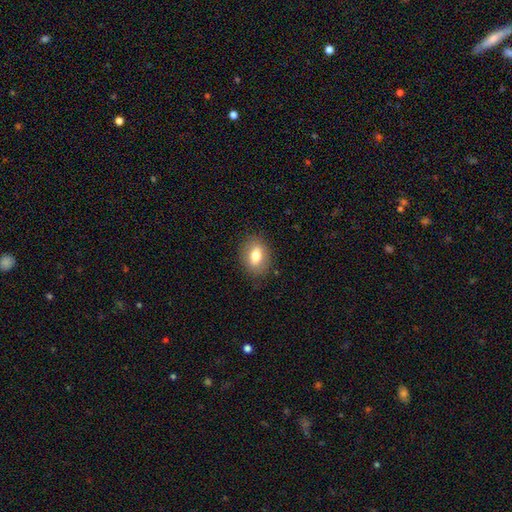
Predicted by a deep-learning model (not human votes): The model was most divided on "how rounded": in between: 72%, round: 27%, cigar-shaped: 2%. More confident: merging — none (82%); smooth or featured — smooth (74%).